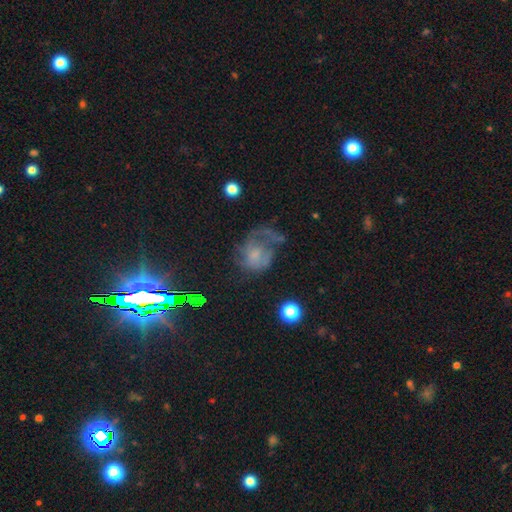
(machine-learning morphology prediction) This appears to be a featured or disk galaxy (48%). Merging: major disturbance (46%).